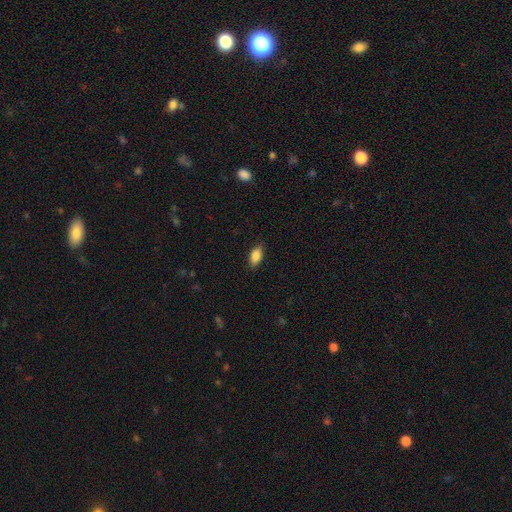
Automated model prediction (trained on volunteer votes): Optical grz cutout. It shows a smooth galaxy with no disk features (87%) that is in between round and cigar-shaped (90%). Merging: none (86%).